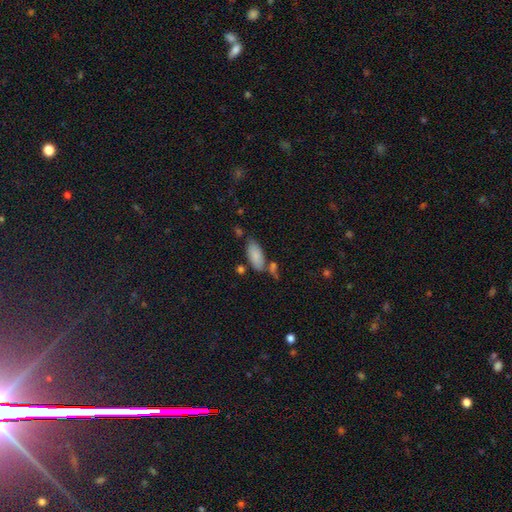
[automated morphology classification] This is clearly a smooth galaxy (85%). How rounded: clearly in between (89%). Merging: likely none (62%).